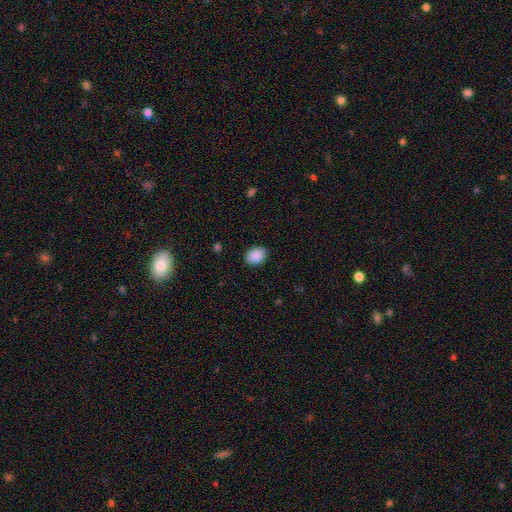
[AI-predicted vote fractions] The model was most divided on "how rounded": in between: 61%, round: 38%, cigar-shaped: 1%. More confident: smooth or featured — smooth (89%); merging — none (88%).